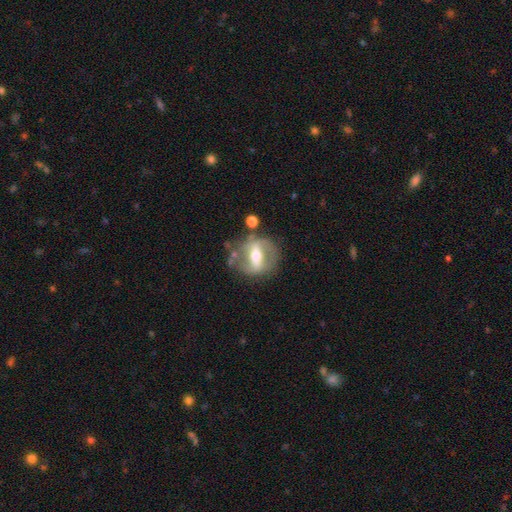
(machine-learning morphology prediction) Q: Smooth or featured?
A: featured or disk (75%); runner-up: smooth (19%)
Q: Edge-on disk?
A: no (85%); runner-up: yes (15%)
Q: Bar?
A: strong (67%); runner-up: weak (23%)
Q: Spiral arms?
A: no (52%); runner-up: yes (48%)
Q: Bulge size?
A: moderate (70%); runner-up: small (19%)
Q: Merging?
A: none (68%); runner-up: minor disturbance (16%)